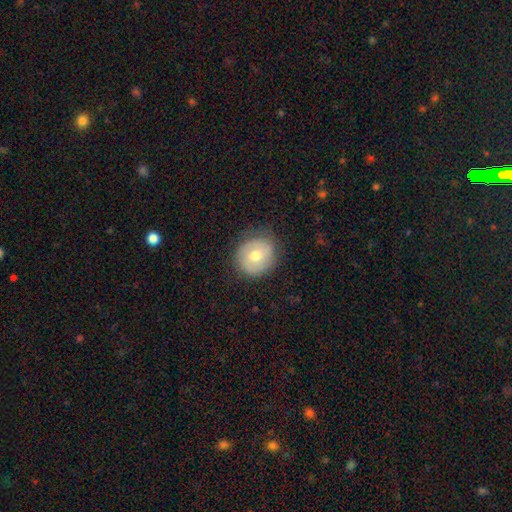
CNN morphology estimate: smooth 56%, featured or disk 36%, star or artifact 7%. Down the decision tree: how rounded — round (83%); merging — none (78%).